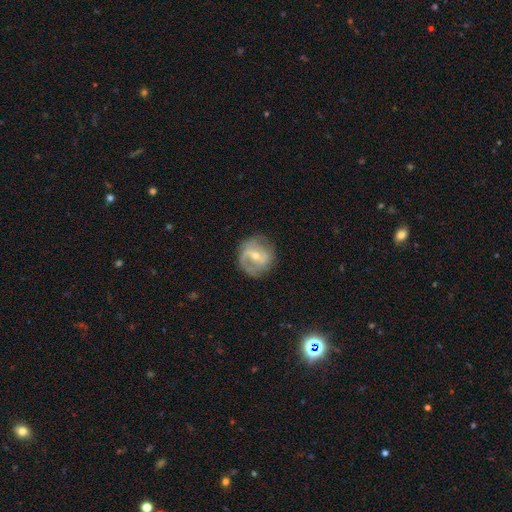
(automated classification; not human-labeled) Smooth or featured?
  - featured or disk: 74% *
  - smooth: 18%
  - star or artifact: 8%
Edge-on disk?
  - no: 96% *
  - yes: 4%
Bar?
  - weak: 47% *
  - strong: 28%
  - no: 25%
Spiral arms?
  - yes: 82% *
  - no: 18%
Spiral winding?
  - medium: 41% *
  - tight: 37%
  - loose: 22%
Spiral arm count?
  - 2: 61% *
  - can't tell: 21%
  - 1: 8%
  - 3: 6%
  - 4: 2%
  - more than 4: 2%
Bulge size?
  - small: 52% *
  - moderate: 45%
  - large: 1%
  - none: 1%
  - dominant: 1%
Merging?
  - none: 72% *
  - minor disturbance: 18%
  - major disturbance: 8%
  - merger: 1%